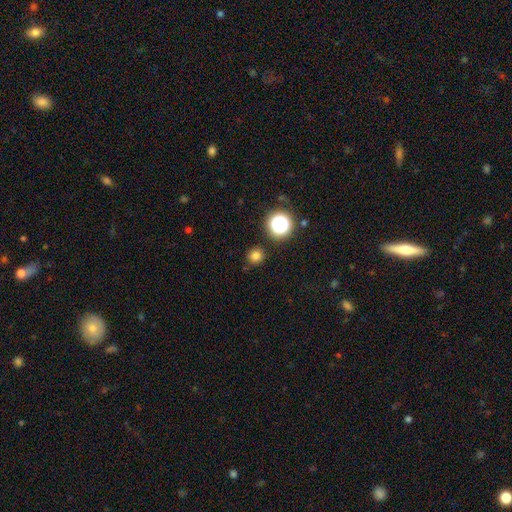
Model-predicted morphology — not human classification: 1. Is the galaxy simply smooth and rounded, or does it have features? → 77% smooth, 18% star or artifact, 5% featured or disk.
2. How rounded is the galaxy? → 92% round, 7% in between, 1% cigar-shaped.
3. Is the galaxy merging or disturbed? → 88% none, 7% minor disturbance, 2% major disturbance, 2% merger.